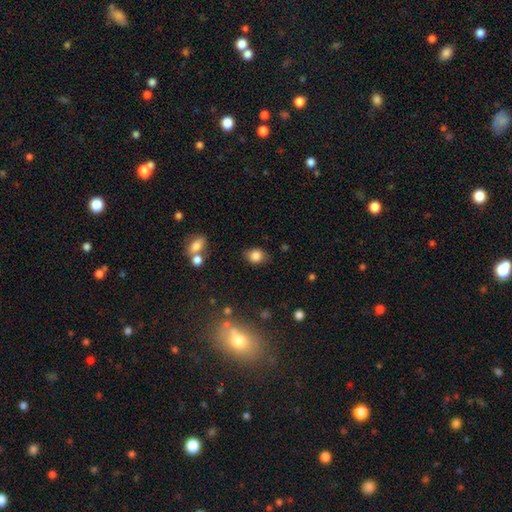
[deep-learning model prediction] A smooth galaxy with no disk features (83%) that is round (50%).

Vote fractions:
- Smooth or featured? smooth: 83% / star or artifact: 10% / featured or disk: 6%
- How rounded? round: 50% / in between: 49% / cigar-shaped: 1%
- Merging? none: 79% / minor disturbance: 14% / major disturbance: 4% / merger: 3%